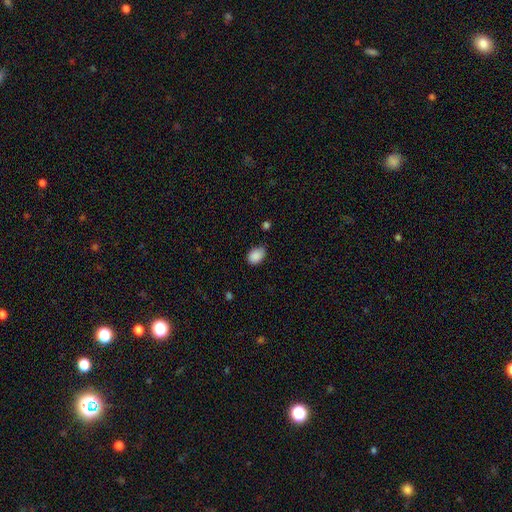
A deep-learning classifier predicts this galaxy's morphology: A smooth galaxy with no disk features (89%) that is in between round and cigar-shaped (81%).

Vote fractions:
- Smooth or featured? smooth: 89% / star or artifact: 7% / featured or disk: 4%
- How rounded? in between: 81% / round: 18% / cigar-shaped: 1%
- Merging? none: 69% / minor disturbance: 26% / major disturbance: 4% / merger: 2%